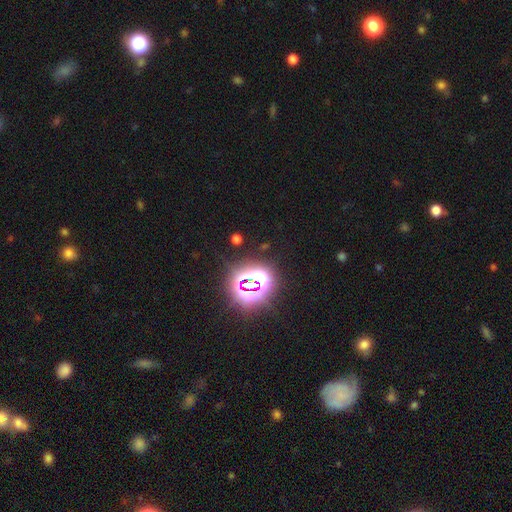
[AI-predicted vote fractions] star or artifact 78%, smooth 14%, featured or disk 8%.